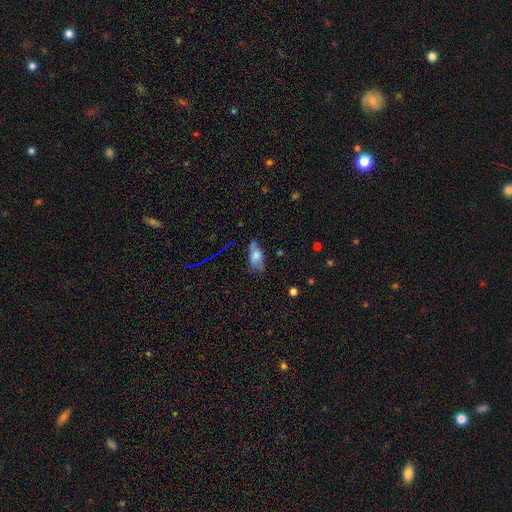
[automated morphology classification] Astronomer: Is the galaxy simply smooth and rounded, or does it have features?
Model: smooth — 63%.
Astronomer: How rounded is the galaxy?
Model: in between — 84%.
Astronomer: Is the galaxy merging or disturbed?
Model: none — 54% (runner-up: minor disturbance, 30%).